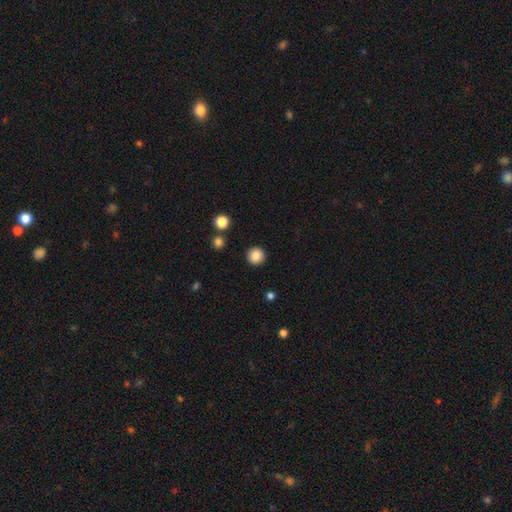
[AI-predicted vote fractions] smooth 85%, star or artifact 10%, featured or disk 5%. Down the decision tree: how rounded — round (95%); merging — none (92%).